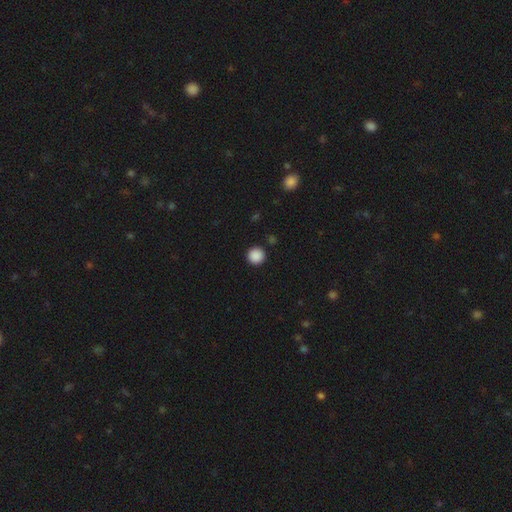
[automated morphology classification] smooth_or_featured: smooth (p=0.89) [alt: star or artifact p=0.09]
how_rounded: round (p=0.95) [alt: in between p=0.04]
merging: none (p=0.92) [alt: minor disturbance p=0.05]